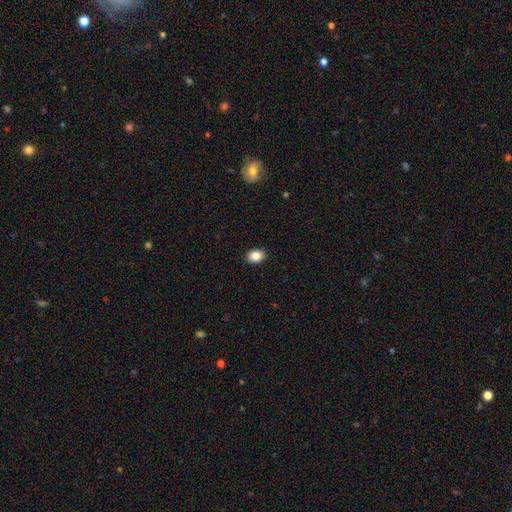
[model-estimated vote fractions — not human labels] Smooth or featured?
  - smooth: 86% *
  - star or artifact: 9%
  - featured or disk: 5%
How rounded?
  - in between: 65% *
  - round: 34%
  - cigar-shaped: 1%
Merging?
  - none: 91% *
  - minor disturbance: 6%
  - major disturbance: 2%
  - merger: 1%